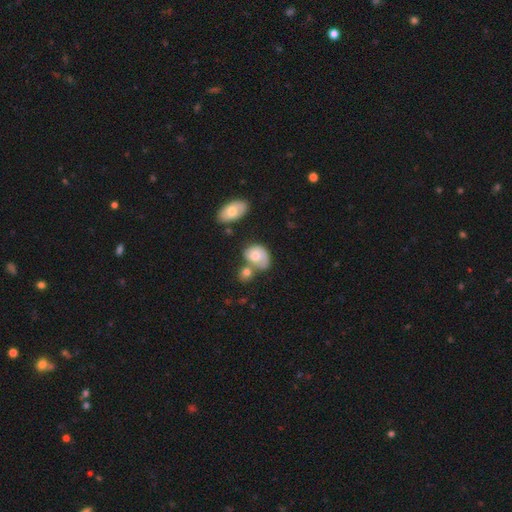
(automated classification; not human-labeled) Morphology: type=smooth (58%); roundness=in between (64%); merging=merger (34%).